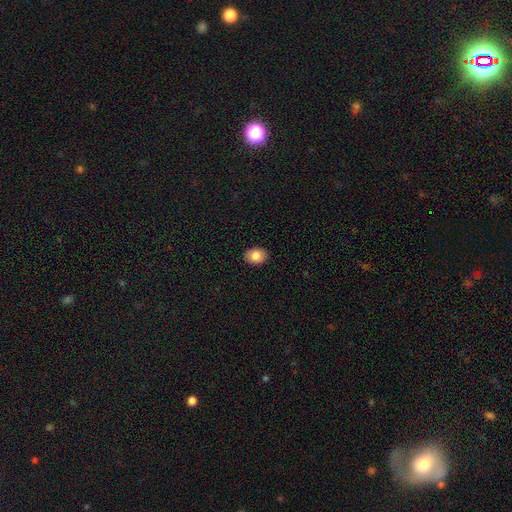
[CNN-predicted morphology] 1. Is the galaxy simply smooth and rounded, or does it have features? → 84% smooth, 8% star or artifact, 8% featured or disk.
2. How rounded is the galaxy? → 73% in between, 26% round, 1% cigar-shaped.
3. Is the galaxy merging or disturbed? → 91% none, 7% minor disturbance, 2% major disturbance, 1% merger.